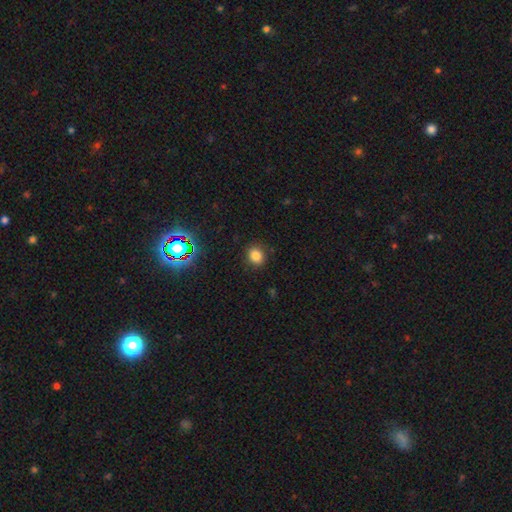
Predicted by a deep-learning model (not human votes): Overall: smooth (80%). How rounded: round (61%; in between 38%). Merging: none (87%).